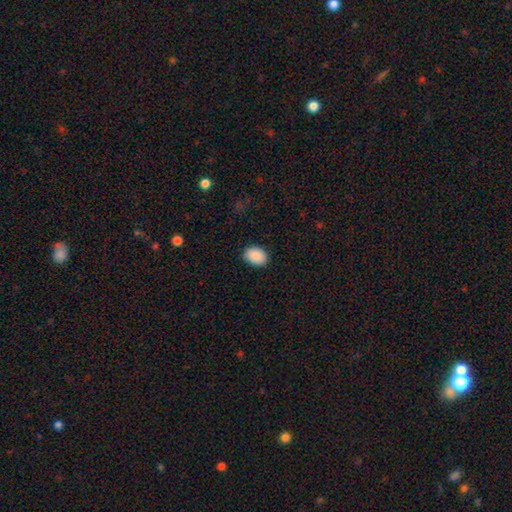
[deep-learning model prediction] smooth_or_featured: smooth (p=0.89) [alt: star or artifact p=0.07]
how_rounded: in between (p=0.71) [alt: round p=0.28]
merging: none (p=0.87) [alt: minor disturbance p=0.10]